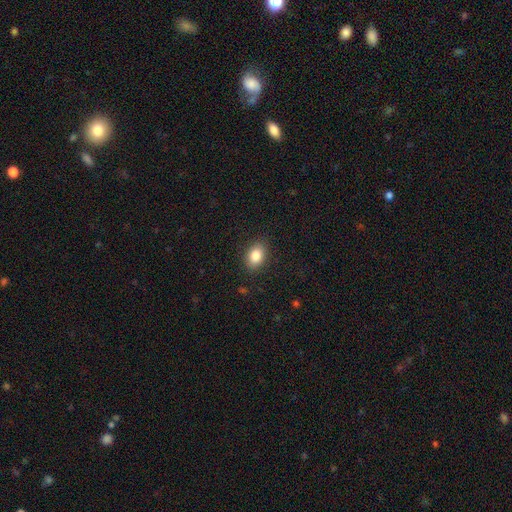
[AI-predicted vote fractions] Smooth or featured: smooth — 85% (star or artifact — 8%)
How rounded: in between — 81% (round — 18%)
Merging: none — 88% (minor disturbance — 9%)